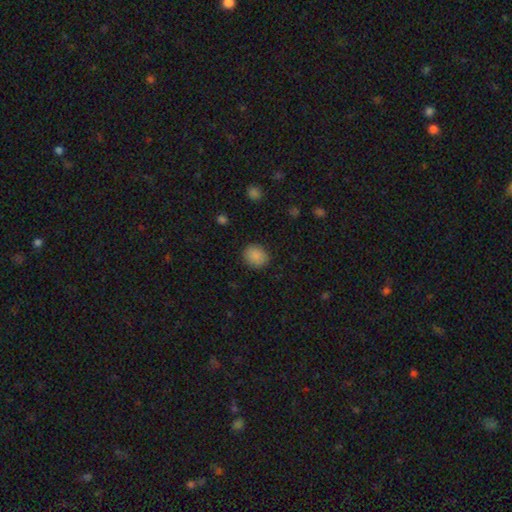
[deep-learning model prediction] This appears to be a smooth galaxy with no disk features (88%) that is round (72%). Merging: none (88%).